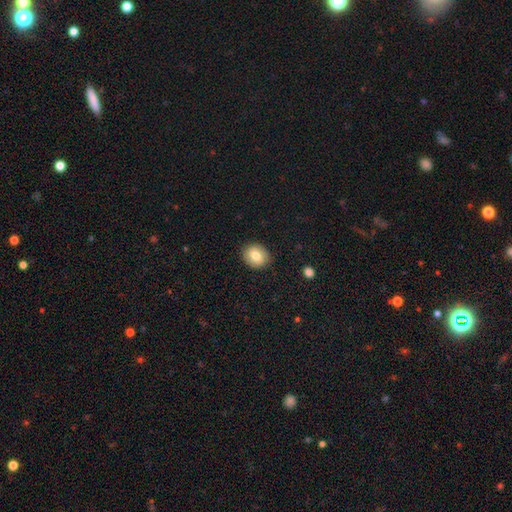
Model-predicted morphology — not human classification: This is likely a smooth galaxy (78%). How rounded: likely round (64%). Merging: clearly none (85%).